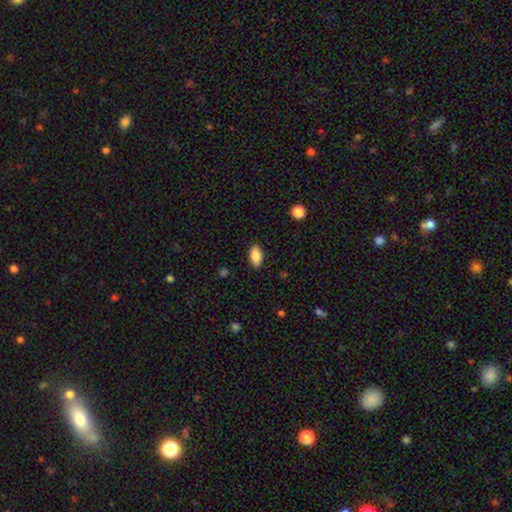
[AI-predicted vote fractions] Smooth or featured? Predicted: smooth (p=0.88). How rounded? Predicted: in between (p=0.93). Merging? Predicted: none (p=0.87).